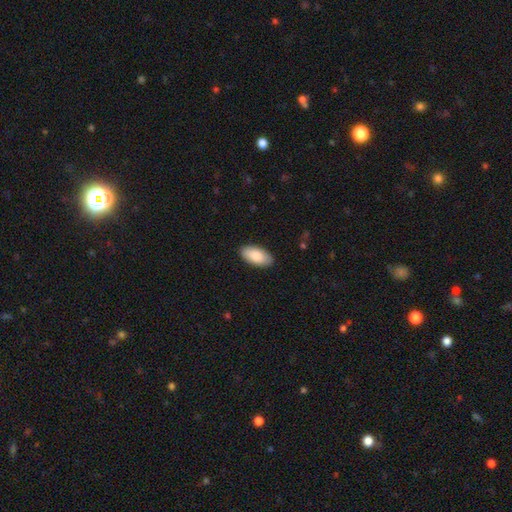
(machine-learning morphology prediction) Overall: smooth (87%). How rounded: in between (94%). Merging: none (88%).